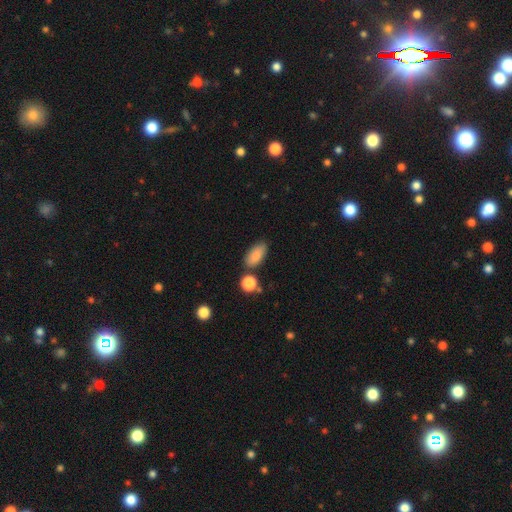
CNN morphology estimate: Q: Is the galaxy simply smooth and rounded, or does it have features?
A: smooth — 85%.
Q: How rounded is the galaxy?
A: in between — 89%.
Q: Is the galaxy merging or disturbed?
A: none — 74%.